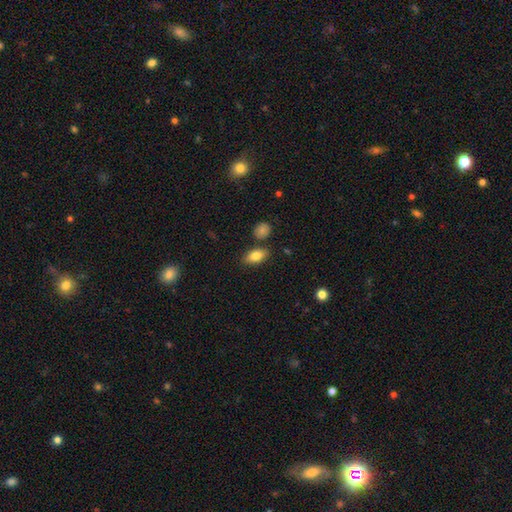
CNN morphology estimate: smooth_or_featured: smooth (p=0.82) [alt: featured or disk p=0.10]
how_rounded: in between (p=0.89) [alt: round p=0.06]
merging: none (p=0.80) [alt: minor disturbance p=0.11]